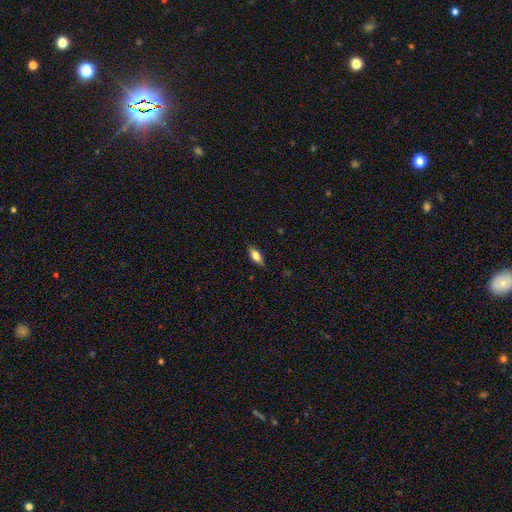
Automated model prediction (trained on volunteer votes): smooth 65%, featured or disk 27%, star or artifact 8%. Down the decision tree: how rounded — in between (75%); merging — none (85%).